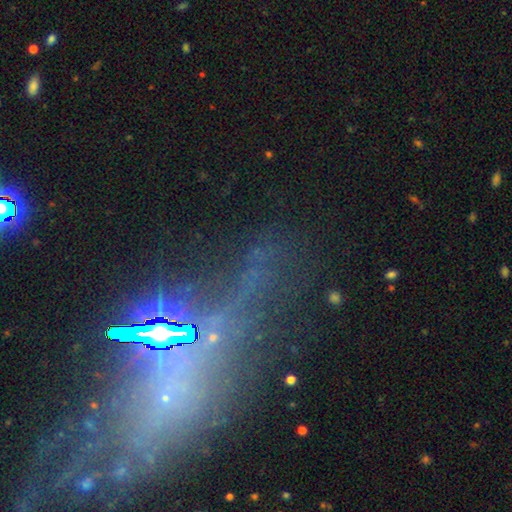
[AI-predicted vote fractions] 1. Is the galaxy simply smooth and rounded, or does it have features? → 66% star or artifact, 20% featured or disk, 14% smooth.